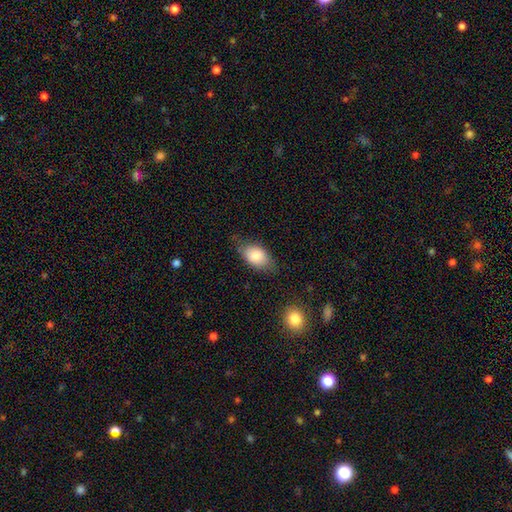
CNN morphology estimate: smooth-or-featured: smooth: 81% | featured or disk: 12% | star or artifact: 7%
  how-rounded: in between: 88% | round: 10% | cigar-shaped: 2%
  merging: none: 69% | minor disturbance: 23% | major disturbance: 6% | merger: 2%